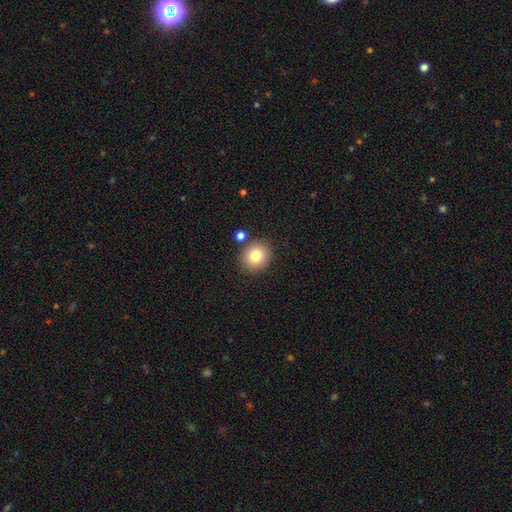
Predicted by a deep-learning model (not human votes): Smooth or featured? Predicted: smooth (p=0.81). How rounded? Predicted: round (p=0.83). Merging? Predicted: none (p=0.83).